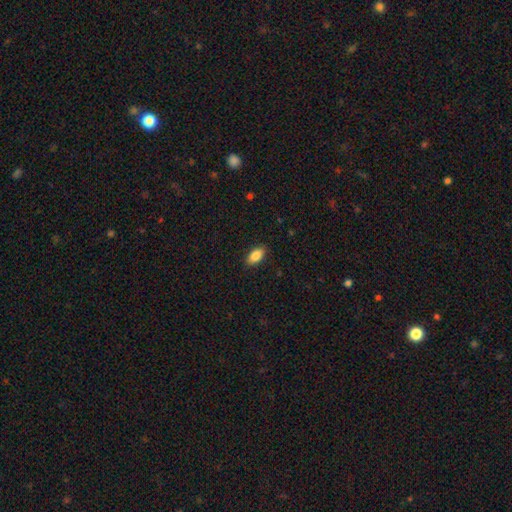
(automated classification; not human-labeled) smooth 86%, star or artifact 7%, featured or disk 7%. Down the decision tree: how rounded — in between (91%); merging — none (88%).